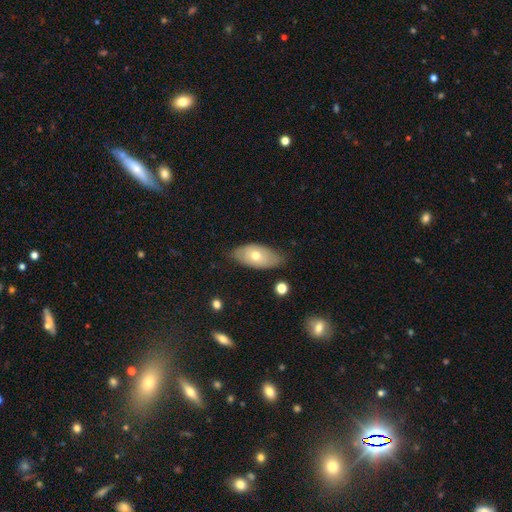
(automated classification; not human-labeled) Smooth or featured: smooth — 57% (featured or disk — 36%)
How rounded: in between — 91% (cigar-shaped — 4%)
Merging: none — 69% (minor disturbance — 25%)